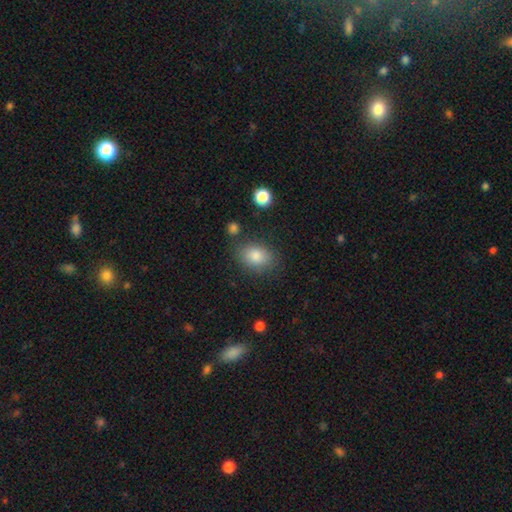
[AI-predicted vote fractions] smooth 82%, star or artifact 10%, featured or disk 8%. Down the decision tree: how rounded — in between (73%); merging — none (79%).